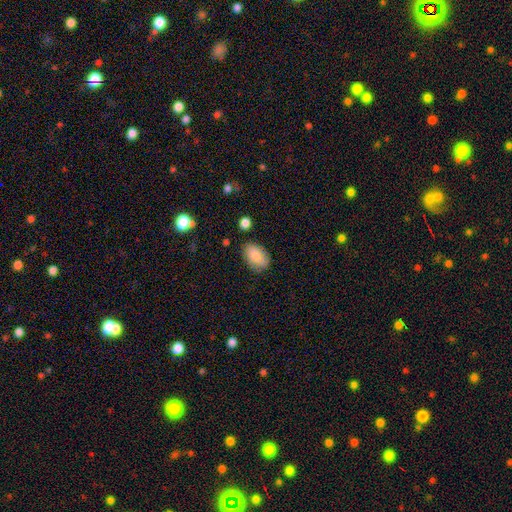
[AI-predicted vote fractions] A smooth galaxy with no disk features (84%) that is in between round and cigar-shaped (89%).

Vote fractions:
- Smooth or featured? smooth: 84% / featured or disk: 9% / star or artifact: 7%
- How rounded? in between: 89% / round: 10% / cigar-shaped: 1%
- Merging? none: 77% / minor disturbance: 17% / major disturbance: 4% / merger: 3%